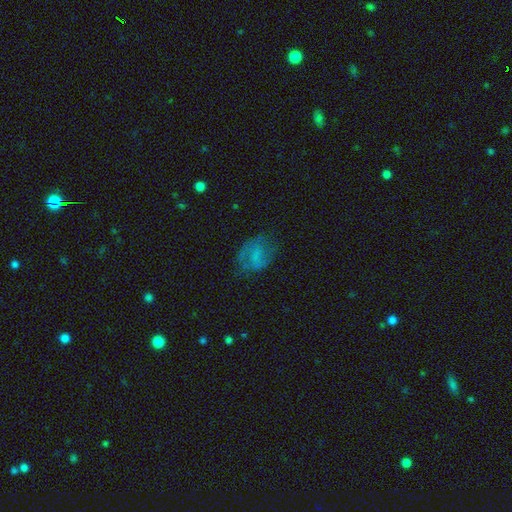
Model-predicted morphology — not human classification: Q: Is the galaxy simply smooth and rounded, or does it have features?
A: featured or disk — 44%.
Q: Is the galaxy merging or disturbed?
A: none — 63%.